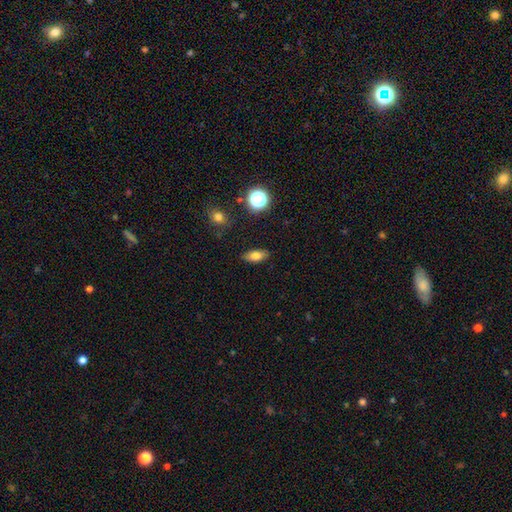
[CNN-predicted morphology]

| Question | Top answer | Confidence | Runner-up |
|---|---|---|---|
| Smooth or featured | smooth | 76% | featured or disk (13%) |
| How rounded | in between | 81% | cigar-shaped (12%) |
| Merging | none | 86% | minor disturbance (10%) |